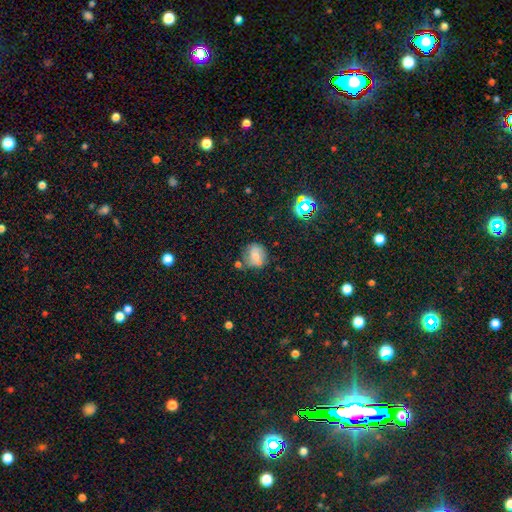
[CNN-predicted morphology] This appears to be a smooth galaxy with no disk features (62%) that is round (78%). Merging: none (60%).